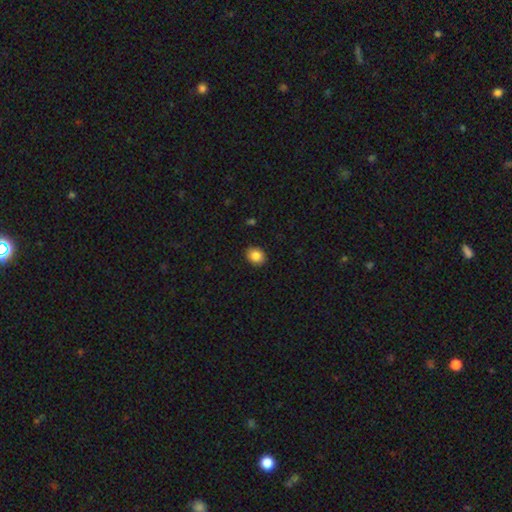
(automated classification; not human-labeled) Q: Smooth or featured?
A: smooth (86%); runner-up: star or artifact (9%)
Q: How rounded?
A: round (54%); runner-up: in between (45%)
Q: Merging?
A: none (91%); runner-up: minor disturbance (6%)